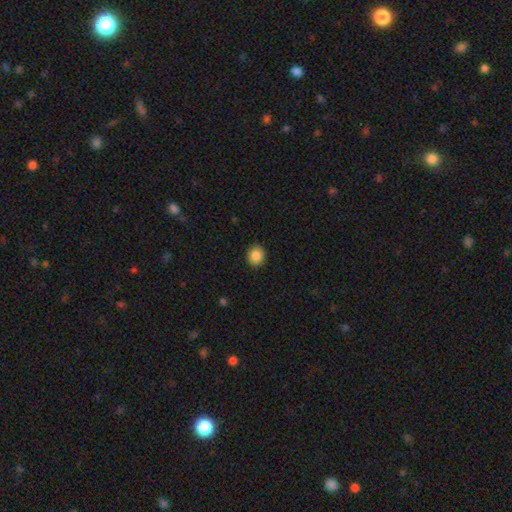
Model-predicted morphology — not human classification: smooth 87%, star or artifact 9%, featured or disk 4%. Down the decision tree: how rounded — round (87%); merging — none (91%).